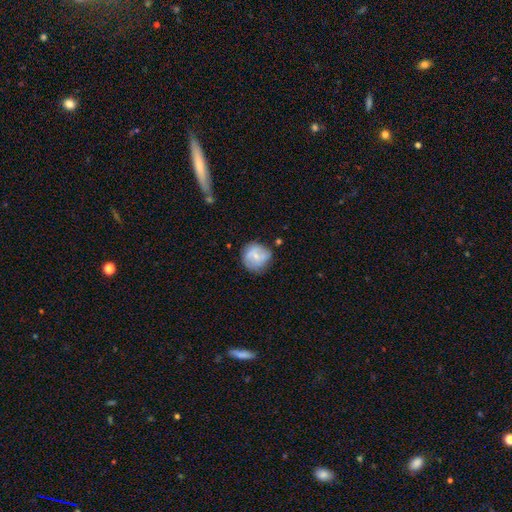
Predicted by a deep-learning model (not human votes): A smooth galaxy with no disk features (53%) that is round (86%). Merging: none (63%).